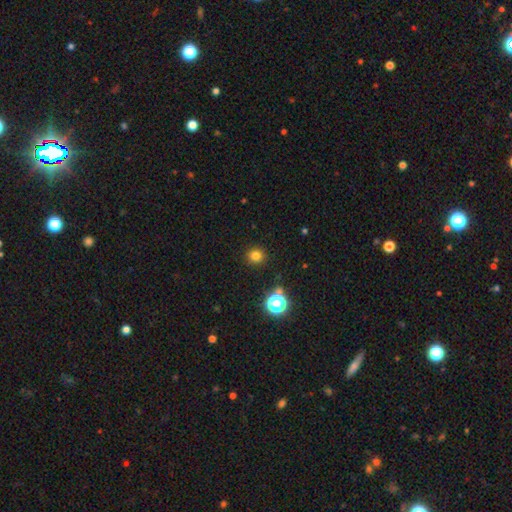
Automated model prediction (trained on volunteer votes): Smooth or featured? smooth (78%)
How rounded? round (91%)
Merging? none (90%)